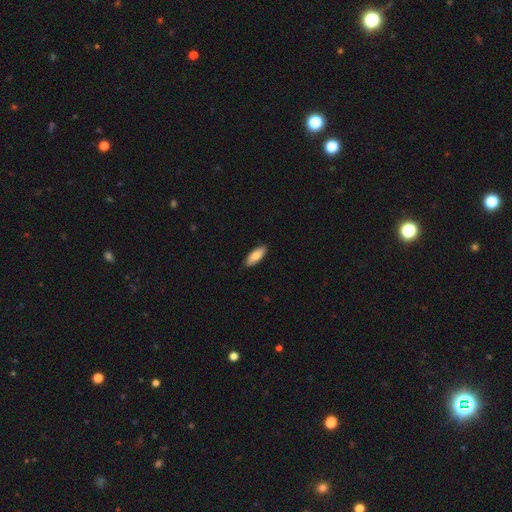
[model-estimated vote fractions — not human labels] Smooth or featured: smooth — 83% (featured or disk — 12%)
How rounded: in between — 74% (cigar-shaped — 24%)
Merging: none — 89% (minor disturbance — 9%)